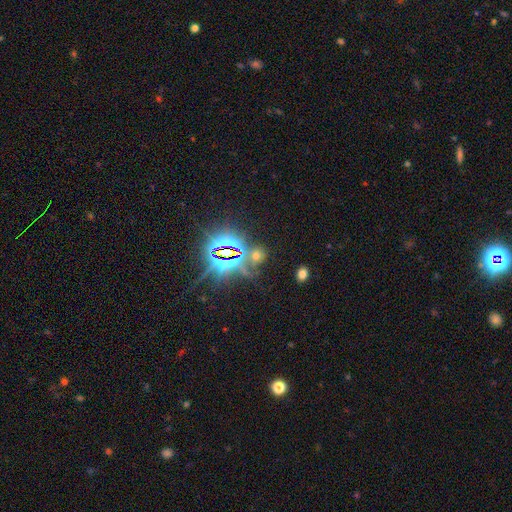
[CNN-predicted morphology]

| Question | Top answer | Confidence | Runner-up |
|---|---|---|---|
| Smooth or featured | star or artifact | 58% | smooth (32%) |